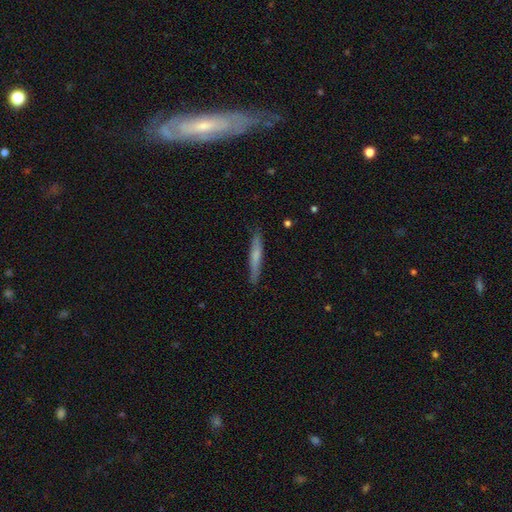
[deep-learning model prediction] smooth-or-featured: smooth: 59% | featured or disk: 36% | star or artifact: 6%
  how-rounded: cigar-shaped: 95% | in between: 4% | round: 1%
  merging: none: 87% | minor disturbance: 10% | major disturbance: 2% | merger: 1%